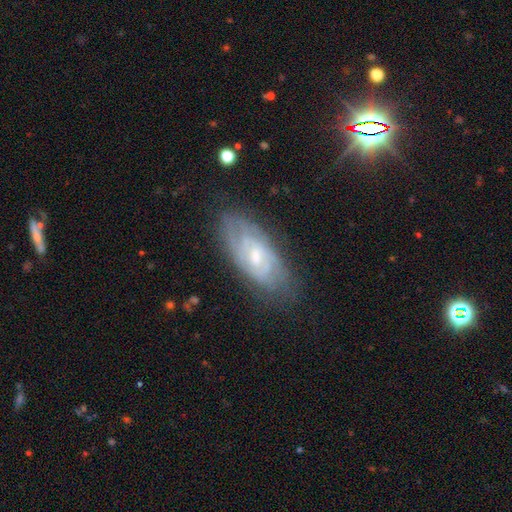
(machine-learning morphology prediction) Smooth or featured?
  - featured or disk: 73% *
  - smooth: 19%
  - star or artifact: 8%
Edge-on disk?
  - no: 89% *
  - yes: 11%
Bar?
  - weak: 46% *
  - no: 45%
  - strong: 9%
Spiral arms?
  - yes: 86% *
  - no: 14%
Spiral winding?
  - tight: 63% *
  - medium: 30%
  - loose: 8%
Spiral arm count?
  - can't tell: 54% *
  - 2: 23%
  - 3: 10%
  - 4: 5%
  - 1: 4%
  - more than 4: 3%
Bulge size?
  - small: 46% *
  - moderate: 45%
  - none: 5%
  - large: 3%
  - dominant: 1%
Merging?
  - none: 72% *
  - minor disturbance: 20%
  - major disturbance: 6%
  - merger: 2%